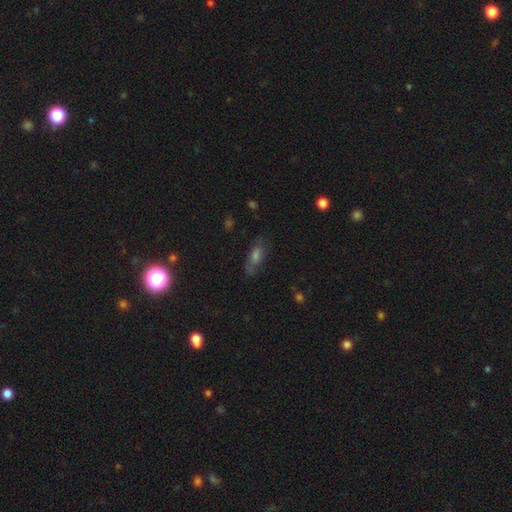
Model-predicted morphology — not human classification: Smooth or featured? Predicted: smooth (p=0.48). Merging? Predicted: none (p=0.68).